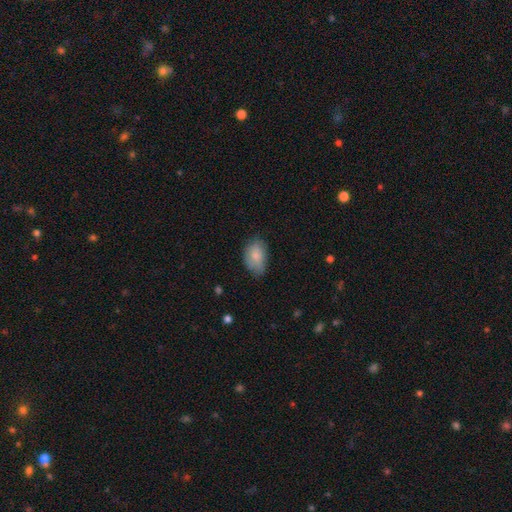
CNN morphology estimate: Smooth or featured: smooth — 82% (featured or disk — 11%)
How rounded: in between — 90% (round — 9%)
Merging: none — 66% (minor disturbance — 27%)